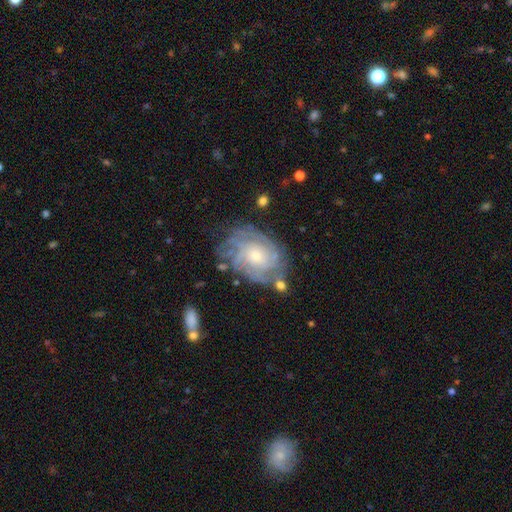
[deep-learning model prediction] Q: Smooth or featured?
A: featured or disk (82%); runner-up: smooth (11%)
Q: Edge-on disk?
A: no (97%); runner-up: yes (3%)
Q: Bar?
A: no (76%); runner-up: weak (20%)
Q: Spiral arms?
A: yes (93%); runner-up: no (7%)
Q: Spiral winding?
A: tight (70%); runner-up: medium (24%)
Q: Spiral arm count?
A: can't tell (42%); runner-up: 4 (20%)
Q: Bulge size?
A: small (62%); runner-up: moderate (33%)
Q: Merging?
A: none (69%); runner-up: minor disturbance (19%)